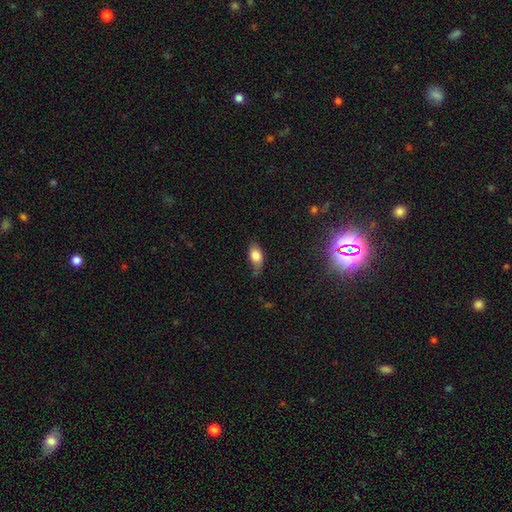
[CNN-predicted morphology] Smooth or featured?
  - smooth: 79% *
  - featured or disk: 12%
  - star or artifact: 9%
How rounded?
  - in between: 89% *
  - round: 7%
  - cigar-shaped: 4%
Merging?
  - none: 57% *
  - minor disturbance: 32%
  - major disturbance: 9%
  - merger: 3%